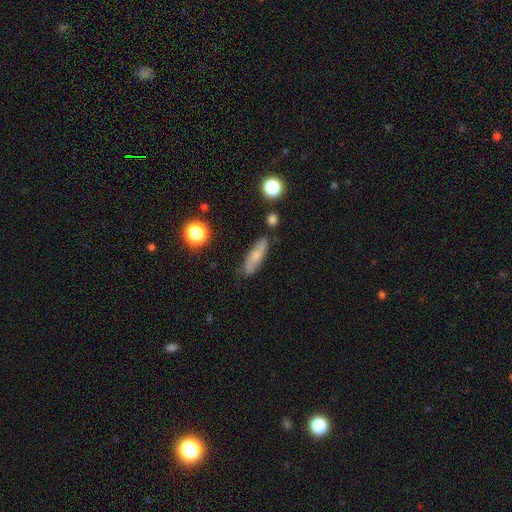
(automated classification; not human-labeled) Overall: smooth (61%; featured or disk 30%). How rounded: cigar-shaped (57%; in between 39%). Merging: none (77%).